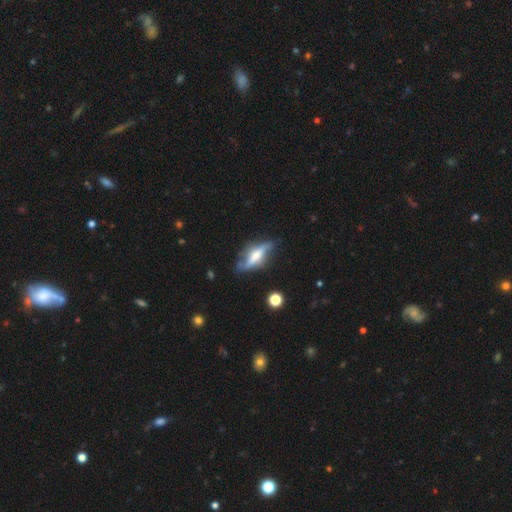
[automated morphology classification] A featured or disk galaxy (68%) viewed edge-on (74%) with a rounded central bulge (78%).

Vote fractions:
- Smooth or featured? featured or disk: 68% / smooth: 25% / star or artifact: 7%
- Edge-on disk? yes: 74% / no: 26%
- Edge-on bulge? rounded: 78% / boxy: 15% / none: 7%
- Merging? none: 68% / minor disturbance: 22% / major disturbance: 7% / merger: 3%